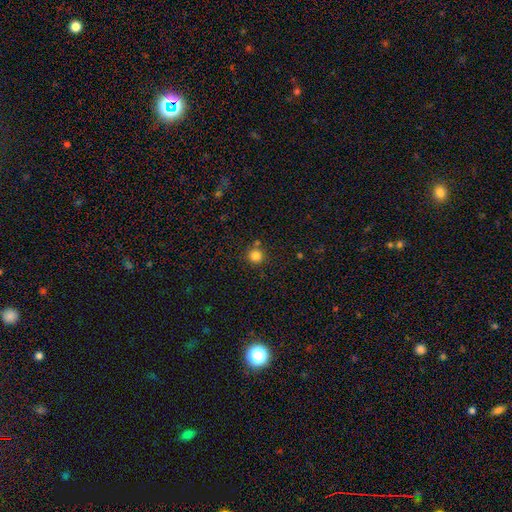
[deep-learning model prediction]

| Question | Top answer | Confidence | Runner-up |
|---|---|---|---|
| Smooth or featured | smooth | 83% | star or artifact (13%) |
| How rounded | round | 94% | in between (5%) |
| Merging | none | 80% | merger (9%) |